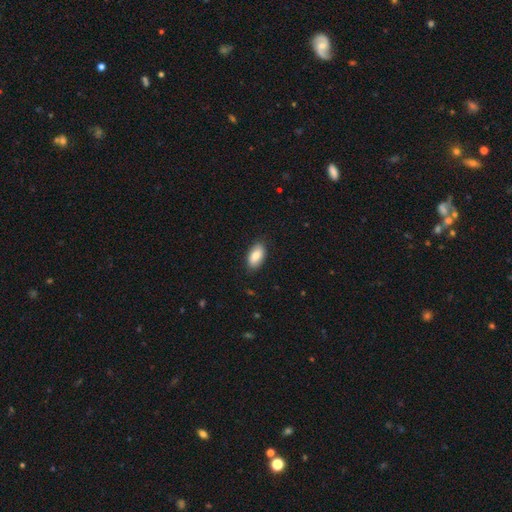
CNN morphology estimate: Smooth or featured?
  - smooth: 83% *
  - featured or disk: 11%
  - star or artifact: 6%
How rounded?
  - in between: 94% *
  - round: 4%
  - cigar-shaped: 3%
Merging?
  - none: 86% *
  - minor disturbance: 11%
  - major disturbance: 2%
  - merger: 1%